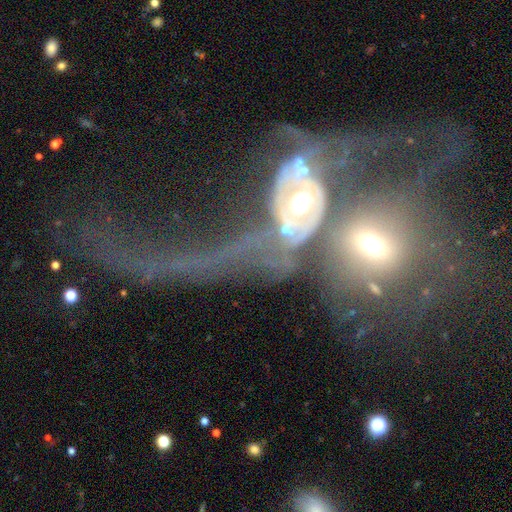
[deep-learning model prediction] smooth-or-featured: featured or disk: 61% | smooth: 26% | star or artifact: 13%
  disk-edge-on: no: 91% | yes: 9%
    bar: no: 70% | weak: 19% | strong: 11%
    has-spiral-arms: yes: 50% (tied) | no: 50% (tied)
    bulge-size: moderate: 55% | small: 19% | large: 16% | dominant: 5% | none: 5%
  merging: merger: 65% | major disturbance: 24% | none: 7% | minor disturbance: 4%